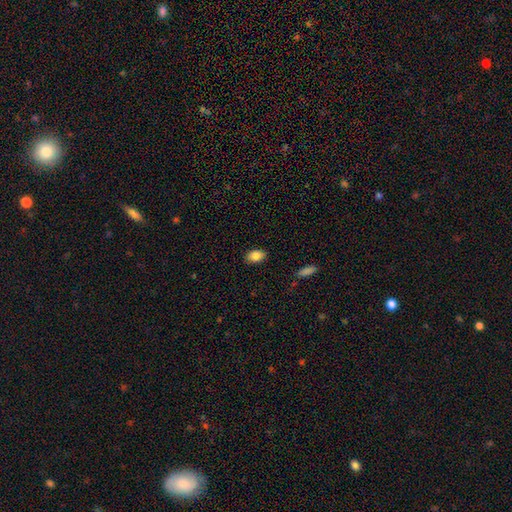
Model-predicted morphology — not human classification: Overall: smooth (84%). How rounded: in between (89%). Merging: none (86%).